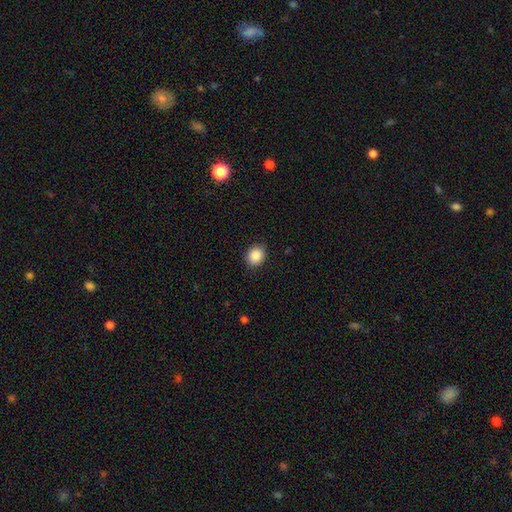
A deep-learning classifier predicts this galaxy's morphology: smooth_or_featured: smooth (p=0.86) [alt: star or artifact p=0.09]
how_rounded: round (p=0.67) [alt: in between p=0.32]
merging: none (p=0.89) [alt: minor disturbance p=0.08]